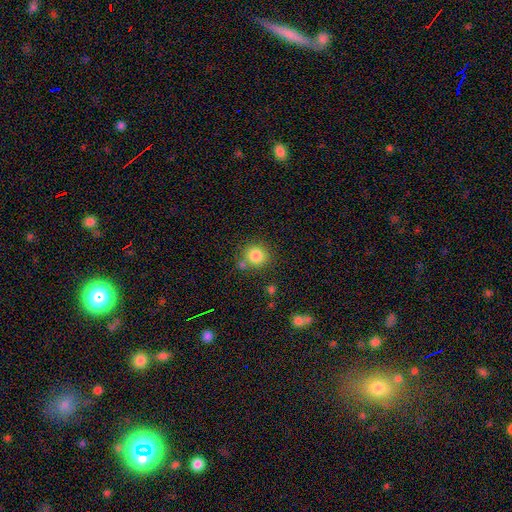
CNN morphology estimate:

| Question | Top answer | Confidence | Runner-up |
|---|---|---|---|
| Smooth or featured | smooth | 83% | star or artifact (11%) |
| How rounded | round | 88% | in between (11%) |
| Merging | none | 73% | merger (12%) |